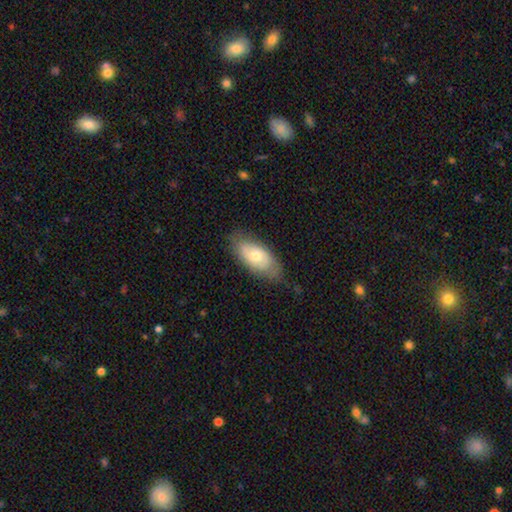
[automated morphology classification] Q: Smooth or featured?
A: smooth (61%); runner-up: featured or disk (32%)
Q: How rounded?
A: in between (90%); runner-up: cigar-shaped (6%)
Q: Merging?
A: none (71%); runner-up: minor disturbance (23%)